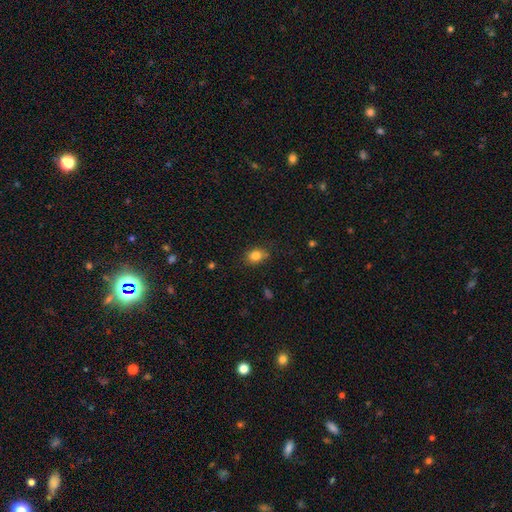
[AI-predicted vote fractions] Q: Smooth or featured?
A: smooth (83%); runner-up: star or artifact (10%)
Q: How rounded?
A: in between (54%); runner-up: round (45%)
Q: Merging?
A: none (78%); runner-up: minor disturbance (17%)